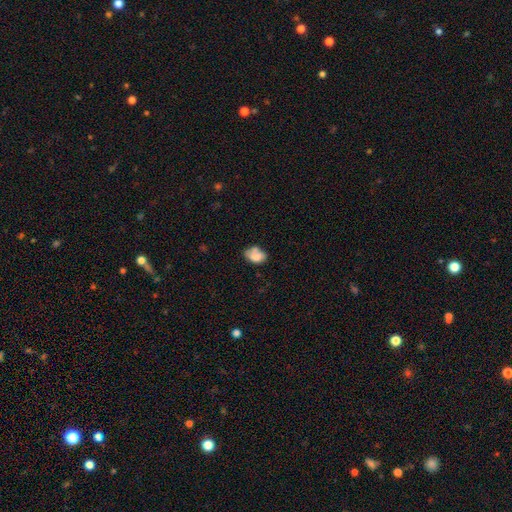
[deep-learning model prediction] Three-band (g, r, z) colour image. It shows a smooth galaxy with no disk features (75%) that is in between round and cigar-shaped (80%). Merging: none (45%).